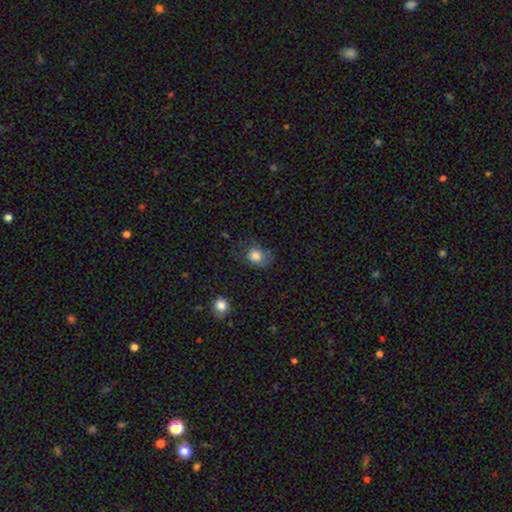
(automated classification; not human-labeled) This is clearly a smooth galaxy (82%). How rounded: likely round (61%). Merging: possibly none (54%).